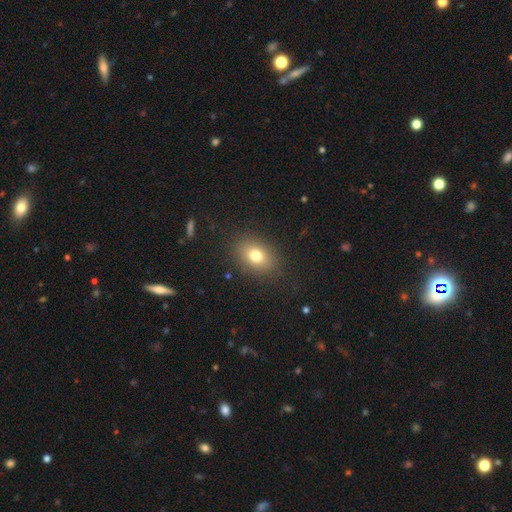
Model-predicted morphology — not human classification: Smooth or featured? smooth (77%)
How rounded? in between (69%)
Merging? none (86%)